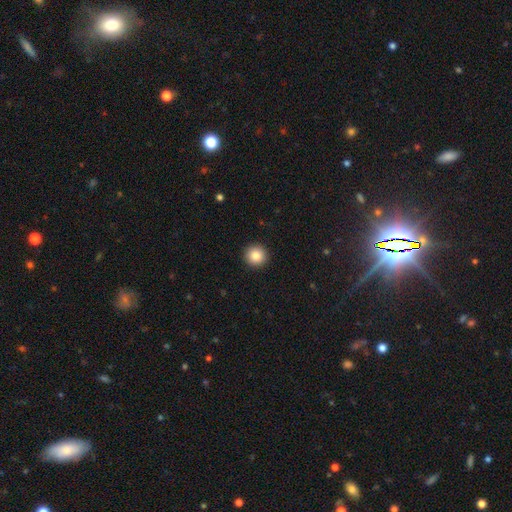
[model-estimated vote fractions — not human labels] This appears to be a smooth galaxy with no disk features (84%) that is round (95%). Merging: none (93%).